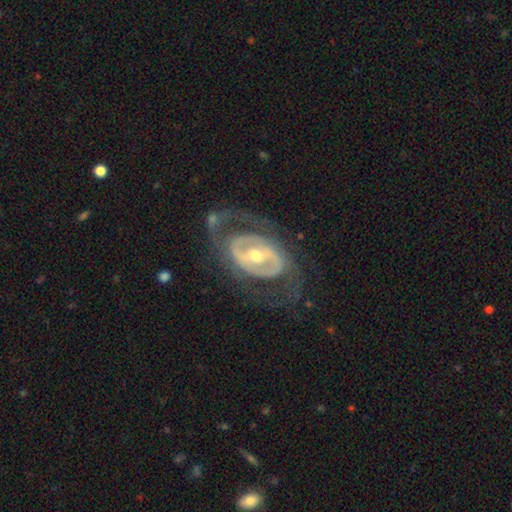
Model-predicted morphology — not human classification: type=featured or disk (85%); edge-on=no (94%); bar=strong (49%); spiral arms=yes (68%); winding=medium (39%); arm count=2 (73%); bulge=moderate (66%); merging=none (60%).